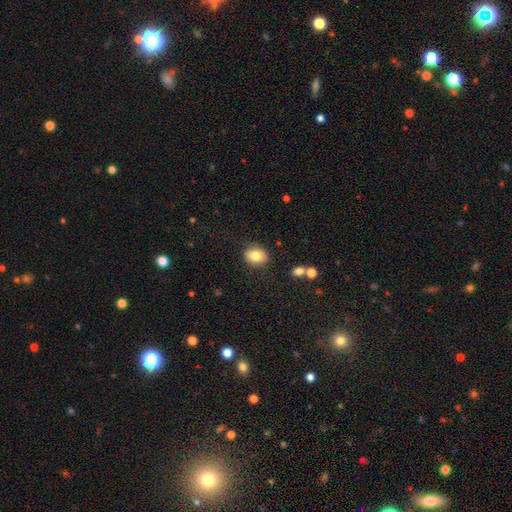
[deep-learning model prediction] Morphology: type=smooth (81%); roundness=round (51%); merging=none (83%).